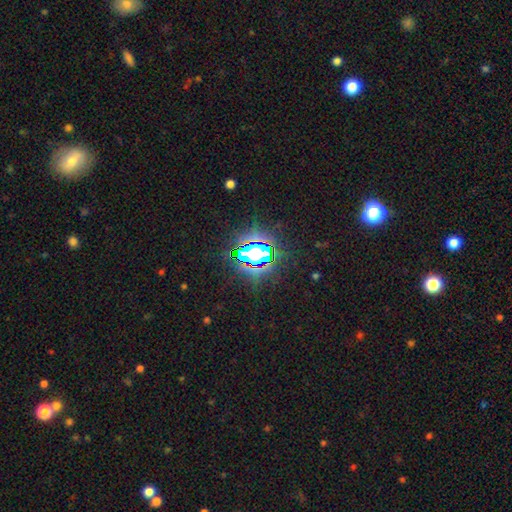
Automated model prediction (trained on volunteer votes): Smooth or featured? star or artifact (77%)